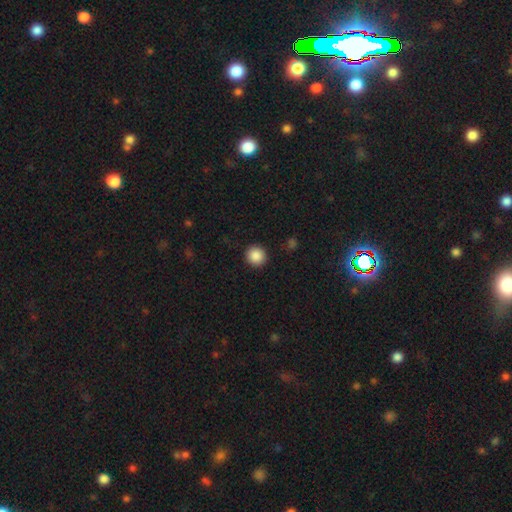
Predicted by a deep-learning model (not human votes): This appears to be a smooth galaxy with no disk features (88%) that is round (94%). Merging: none (92%).